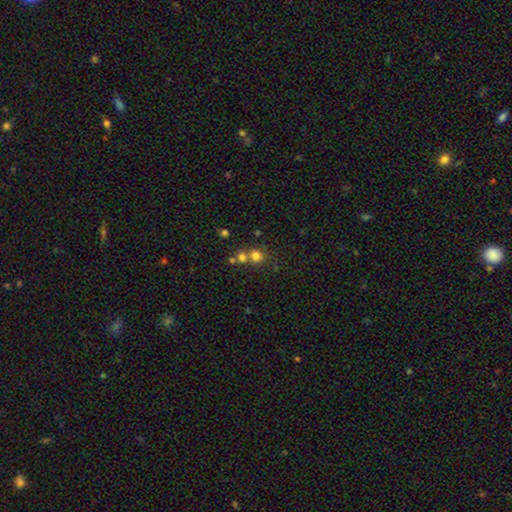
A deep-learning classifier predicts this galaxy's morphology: Smooth or featured? Predicted: smooth (p=0.74). How rounded? Predicted: round (p=0.83). Merging? Predicted: none (p=0.50).